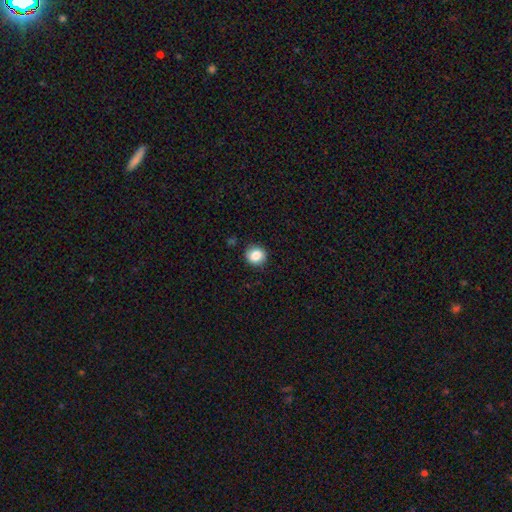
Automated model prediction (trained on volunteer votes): Smooth or featured? smooth (85%)
How rounded? round (87%)
Merging? none (87%)